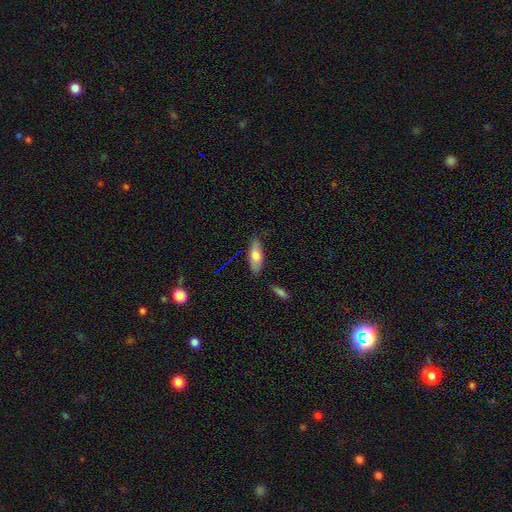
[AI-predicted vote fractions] Smooth or featured? smooth (71%)
How rounded? in between (64%)
Merging? none (79%)